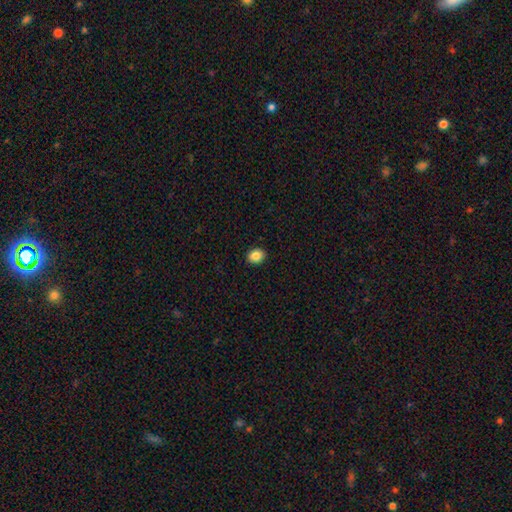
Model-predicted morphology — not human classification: This is clearly a smooth galaxy (86%). How rounded: possibly round (51%). Merging: clearly none (92%).